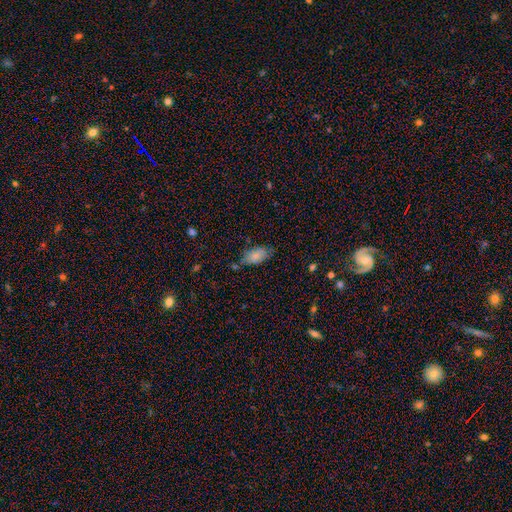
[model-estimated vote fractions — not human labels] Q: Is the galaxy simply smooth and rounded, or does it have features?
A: smooth — 82%.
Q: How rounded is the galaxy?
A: in between — 92%.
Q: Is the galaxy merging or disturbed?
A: none — 64%.